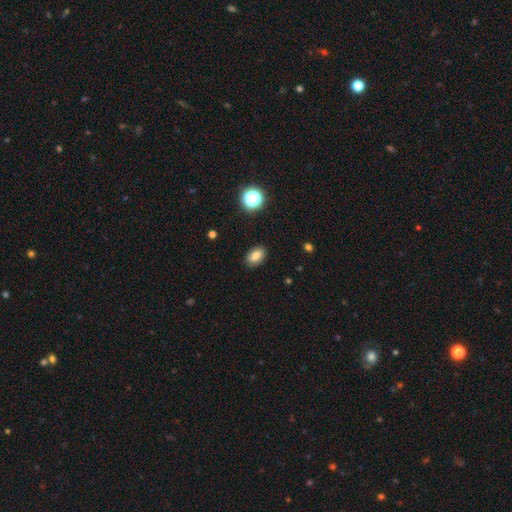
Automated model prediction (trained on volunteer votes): Overall: smooth (78%). How rounded: in between (87%). Merging: none (88%).